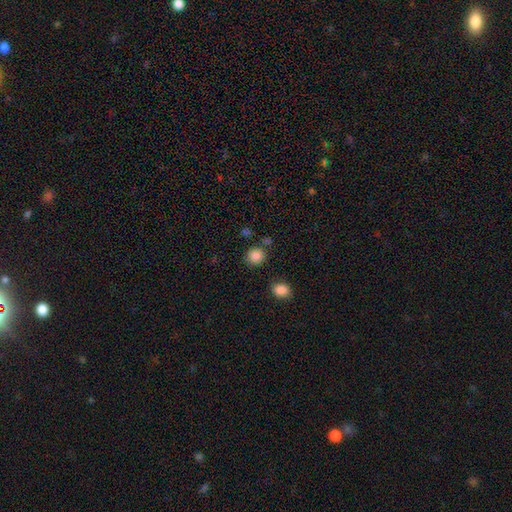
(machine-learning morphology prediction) Overall: smooth (86%). How rounded: round (84%). Merging: none (78%).